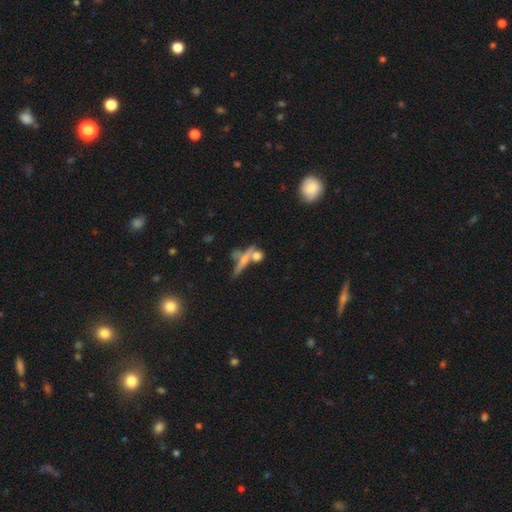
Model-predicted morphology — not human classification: Smooth or featured? Predicted: smooth (p=0.57). How rounded? Predicted: round (p=0.39). Merging? Predicted: none (p=0.50).